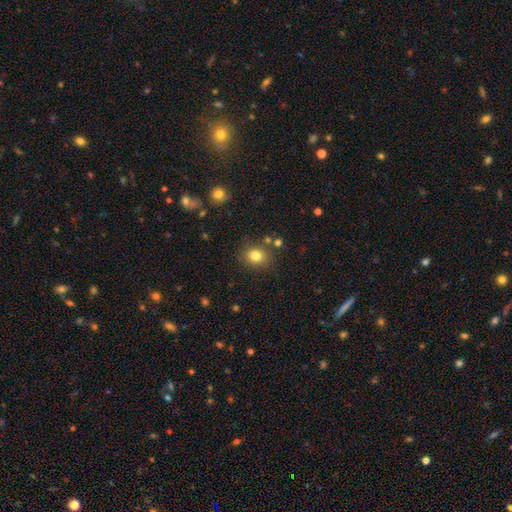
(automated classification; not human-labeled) smooth-or-featured: smooth: 81% | star or artifact: 12% | featured or disk: 7%
  how-rounded: round: 67% | in between: 32% | cigar-shaped: 1%
  merging: none: 81% | minor disturbance: 11% | merger: 5% | major disturbance: 3%